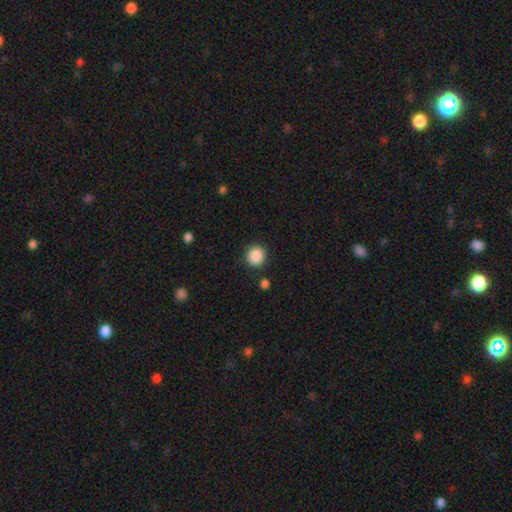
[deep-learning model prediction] Smooth or featured?
  - smooth: 88% *
  - star or artifact: 9%
  - featured or disk: 3%
How rounded?
  - round: 90% *
  - in between: 9%
  - cigar-shaped: 1%
Merging?
  - none: 88% *
  - minor disturbance: 7%
  - merger: 2%
  - major disturbance: 2%